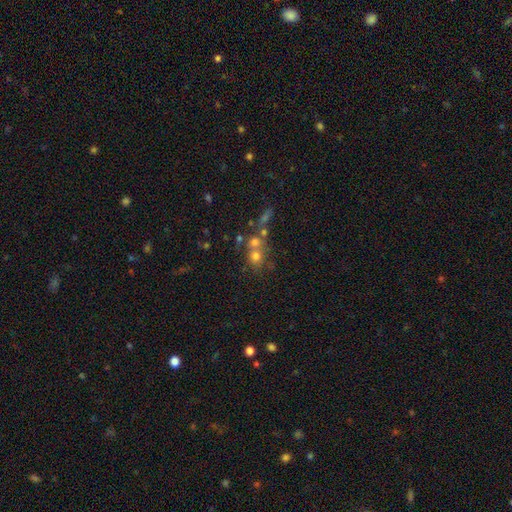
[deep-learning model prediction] Smooth or featured?
  - smooth: 61% *
  - star or artifact: 20%
  - featured or disk: 19%
How rounded?
  - round: 81% *
  - in between: 17%
  - cigar-shaped: 1%
Merging?
  - merger: 44% *
  - none: 42%
  - minor disturbance: 8%
  - major disturbance: 5%